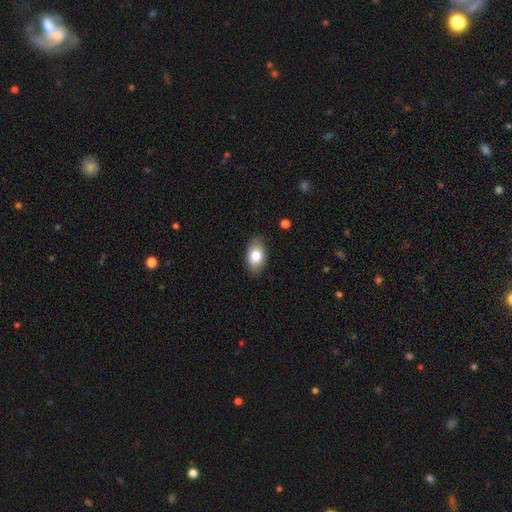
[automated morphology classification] A smooth galaxy with no disk features (80%) that is in between round and cigar-shaped (90%). Merging: none (85%).